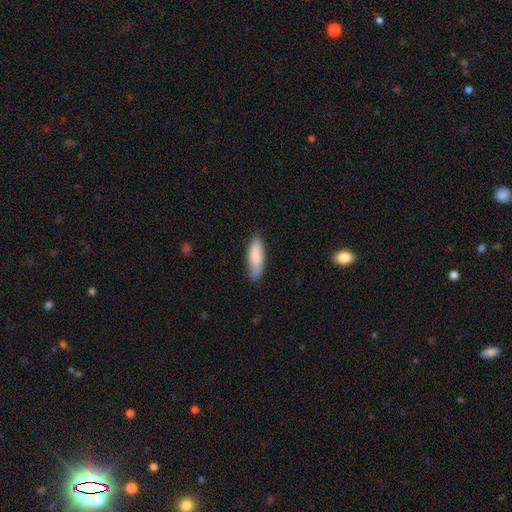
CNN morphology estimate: Overall: smooth (86%). How rounded: in between (57%; cigar-shaped 41%). Merging: none (77%).